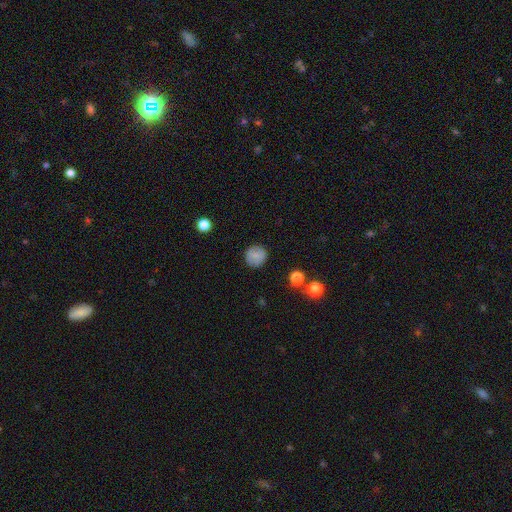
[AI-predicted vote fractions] Smooth or featured? smooth (80%)
How rounded? round (92%)
Merging? none (86%)